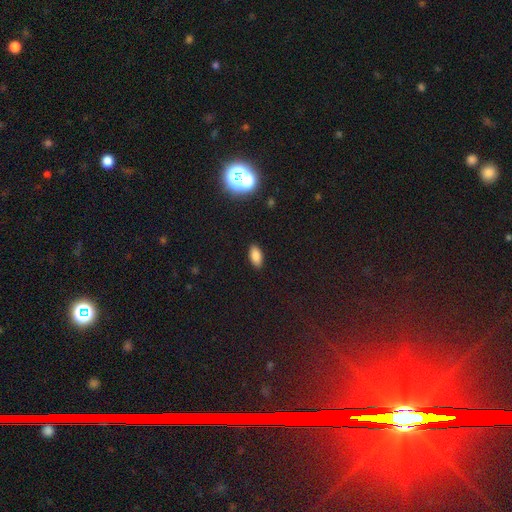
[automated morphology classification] Smooth or featured? smooth (82%)
How rounded? in between (91%)
Merging? none (89%)